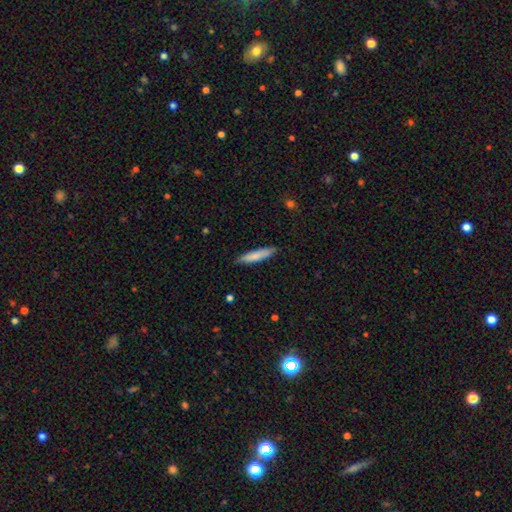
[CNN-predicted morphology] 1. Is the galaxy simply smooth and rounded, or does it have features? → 79% smooth, 16% featured or disk, 6% star or artifact.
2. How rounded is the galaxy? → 85% cigar-shaped, 13% in between, 1% round.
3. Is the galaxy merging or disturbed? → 86% none, 11% minor disturbance, 2% major disturbance, 1% merger.